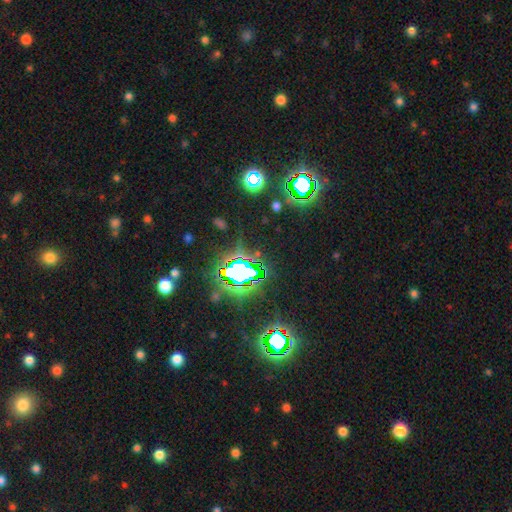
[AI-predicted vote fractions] A star or artifact, not a galaxy (77%).

Vote fractions:
- Smooth or featured? star or artifact: 77% / smooth: 13% / featured or disk: 9%